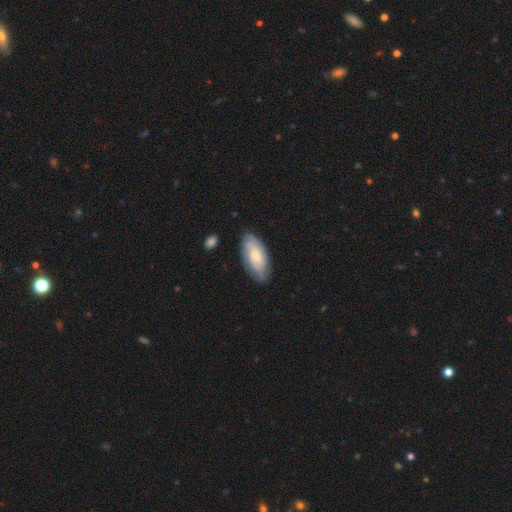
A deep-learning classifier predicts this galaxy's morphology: A featured or disk galaxy (55%). Merging: none (78%).